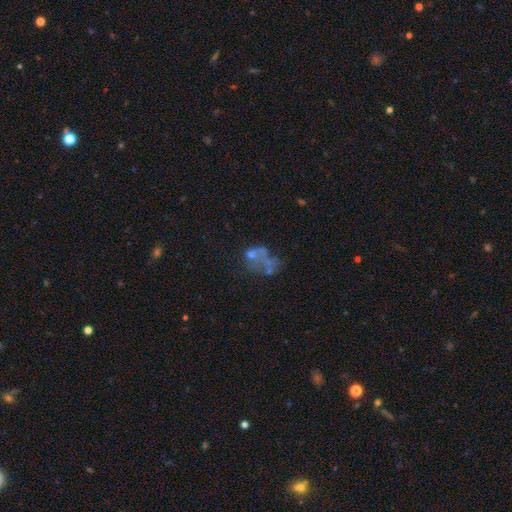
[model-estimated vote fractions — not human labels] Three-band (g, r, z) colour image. It shows a featured or disk galaxy (47%). Merging: none (30%).